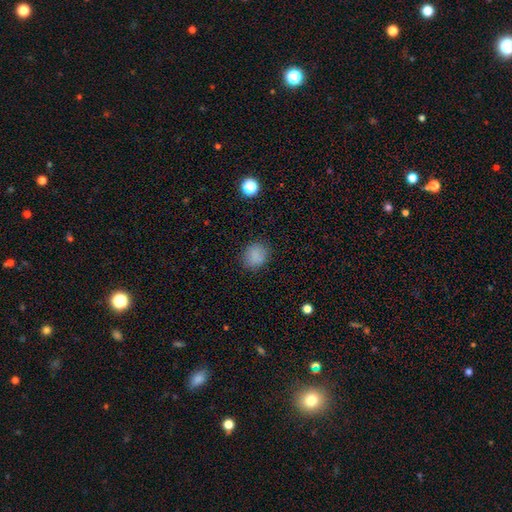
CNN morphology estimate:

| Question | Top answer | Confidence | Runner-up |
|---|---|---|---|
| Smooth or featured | smooth | 84% | star or artifact (11%) |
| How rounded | round | 69% | in between (31%) |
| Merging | none | 84% | minor disturbance (11%) |